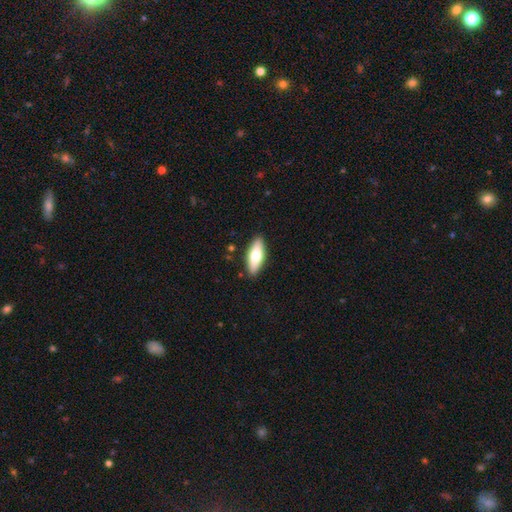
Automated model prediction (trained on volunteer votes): Smooth or featured?
  - smooth: 67% *
  - featured or disk: 28%
  - star or artifact: 6%
How rounded?
  - in between: 68% *
  - cigar-shaped: 30%
  - round: 2%
Merging?
  - none: 88% *
  - minor disturbance: 9%
  - major disturbance: 2%
  - merger: 1%